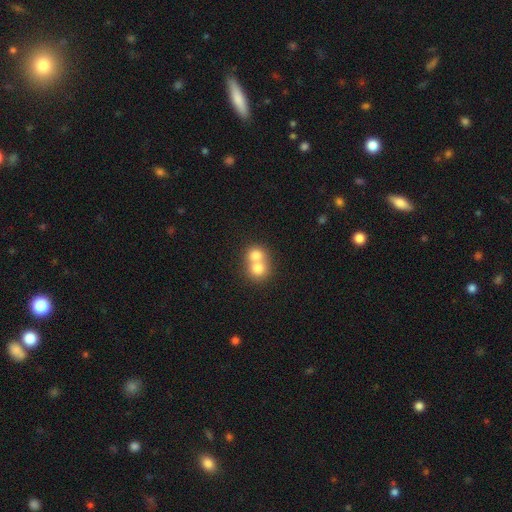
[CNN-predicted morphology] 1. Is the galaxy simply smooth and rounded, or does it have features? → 73% smooth, 17% featured or disk, 9% star or artifact.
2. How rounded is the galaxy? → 75% round, 24% in between, 1% cigar-shaped.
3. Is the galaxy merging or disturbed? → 71% merger, 23% none, 4% minor disturbance, 2% major disturbance.